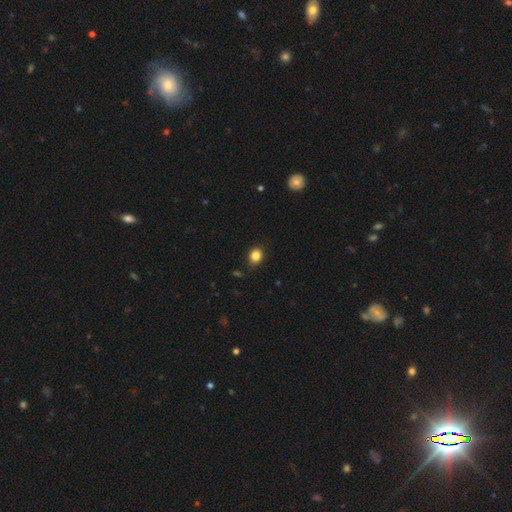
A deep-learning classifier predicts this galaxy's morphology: Q: Smooth or featured?
A: smooth (85%); runner-up: star or artifact (11%)
Q: How rounded?
A: round (67%); runner-up: in between (32%)
Q: Merging?
A: none (85%); runner-up: minor disturbance (12%)